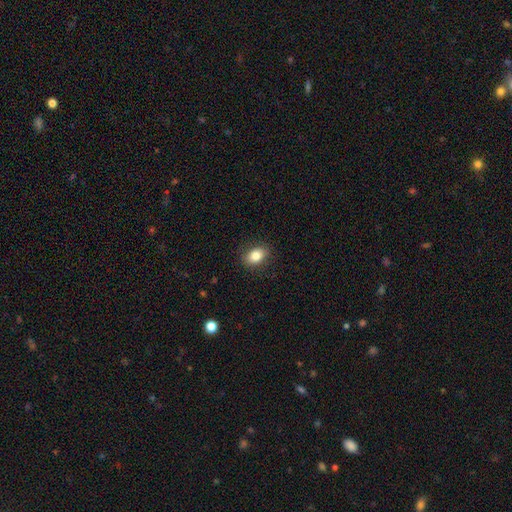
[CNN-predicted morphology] A smooth galaxy with no disk features (82%) that is in between round and cigar-shaped (78%).

Vote fractions:
- Smooth or featured? smooth: 82% / featured or disk: 9% / star or artifact: 9%
- How rounded? in between: 78% / round: 21% / cigar-shaped: 1%
- Merging? none: 87% / minor disturbance: 10% / major disturbance: 3% / merger: 1%